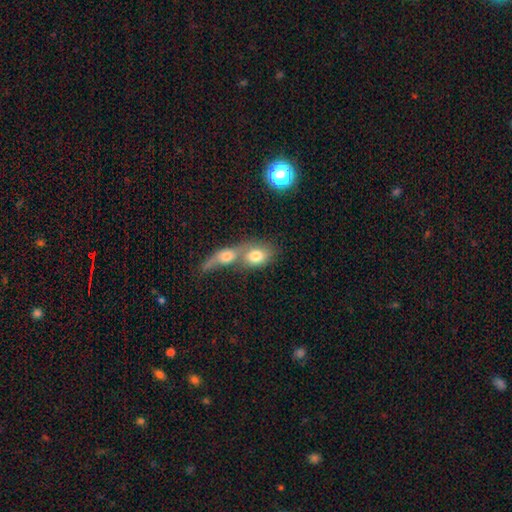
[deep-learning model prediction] smooth 75%, featured or disk 17%, star or artifact 8%. Down the decision tree: how rounded — in between (65%); merging — merger (67%).